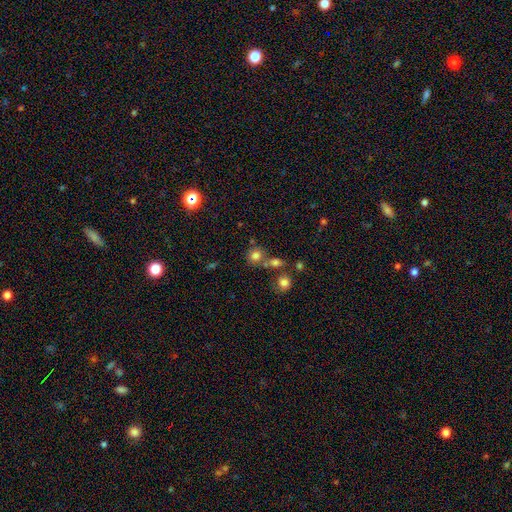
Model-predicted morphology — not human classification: Smooth or featured? Predicted: smooth (p=0.77). How rounded? Predicted: round (p=0.85). Merging? Predicted: none (p=0.62).